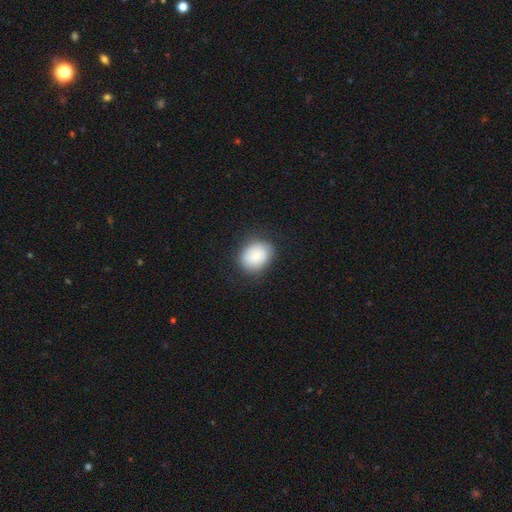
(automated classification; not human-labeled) Morphology: type=smooth (82%); roundness=round (52%); merging=none (82%).